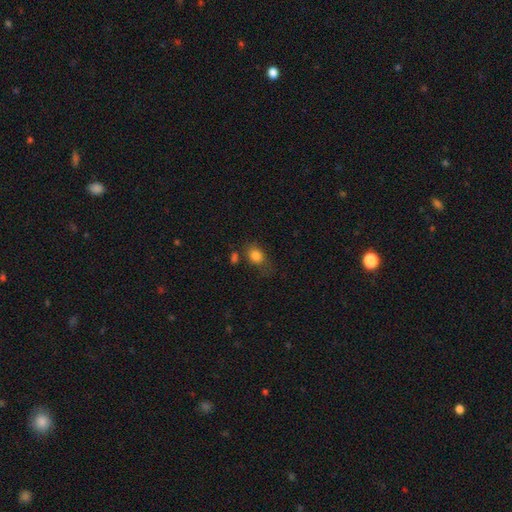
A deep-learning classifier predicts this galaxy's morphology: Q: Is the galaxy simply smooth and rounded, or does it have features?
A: smooth — 82%.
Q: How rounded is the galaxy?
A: in between — 63%.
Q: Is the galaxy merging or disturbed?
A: none — 55%.